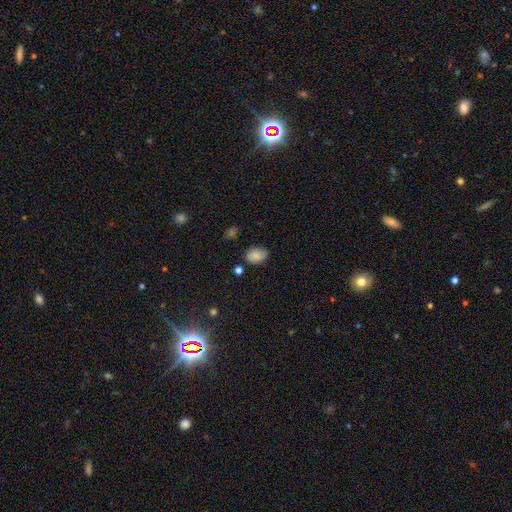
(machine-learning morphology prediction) This appears to be a smooth galaxy with no disk features (83%) that is in between round and cigar-shaped (82%). Merging: none (74%).